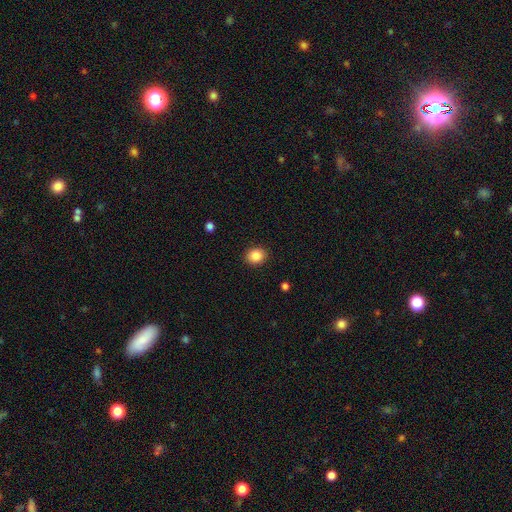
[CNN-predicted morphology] This appears to be a smooth galaxy with no disk features (87%) that is round (65%). Merging: none (90%).